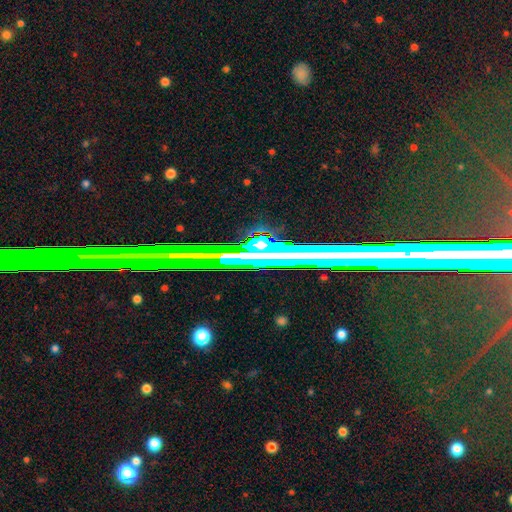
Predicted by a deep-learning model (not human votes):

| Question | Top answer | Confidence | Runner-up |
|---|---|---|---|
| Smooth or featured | star or artifact | 56% | featured or disk (32%) |